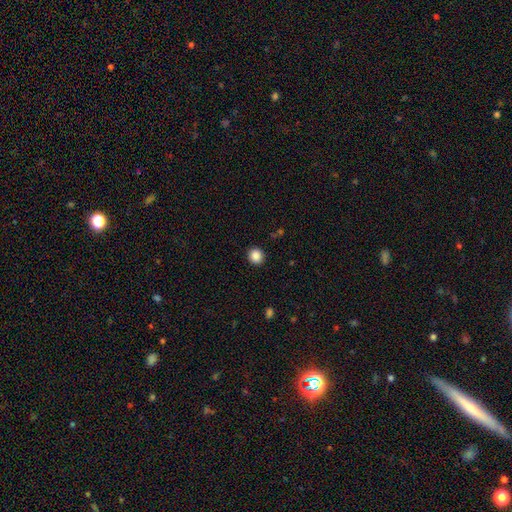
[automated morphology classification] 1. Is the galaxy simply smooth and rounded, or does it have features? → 87% smooth, 10% star or artifact, 3% featured or disk.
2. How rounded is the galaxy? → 88% round, 11% in between, 1% cigar-shaped.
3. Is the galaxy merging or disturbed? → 92% none, 5% minor disturbance, 2% major disturbance, 1% merger.